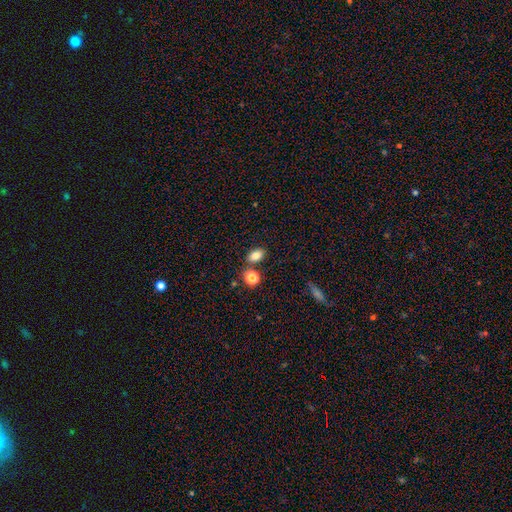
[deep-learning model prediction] The model was most divided on "merging": none: 73%, merger: 14%, minor disturbance: 10%, major disturbance: 3%. More confident: how rounded — in between (82%); smooth or featured — smooth (82%).